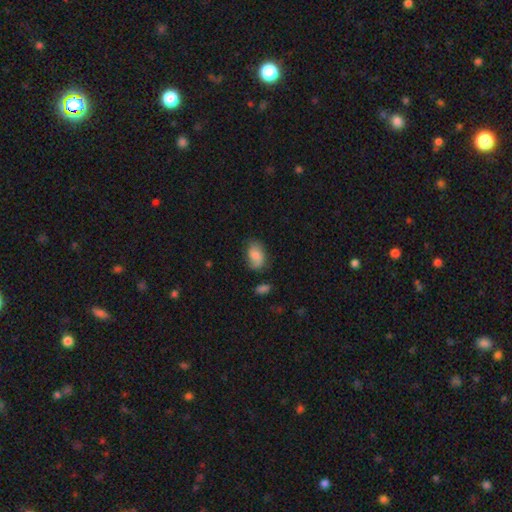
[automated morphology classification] This is likely a smooth galaxy (73%). How rounded: clearly in between (86%). Merging: likely none (61%).